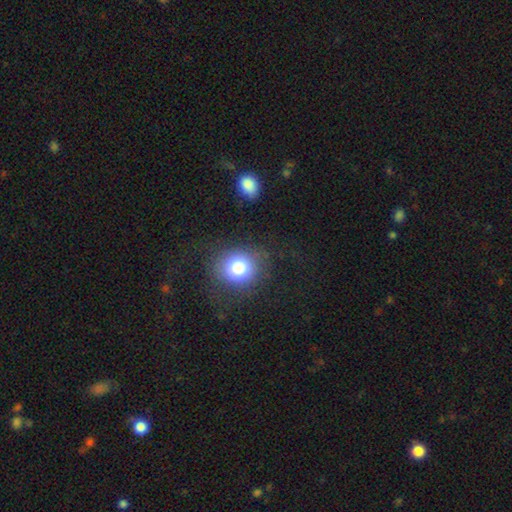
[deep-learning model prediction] Smooth or featured?
  - smooth: 72% *
  - star or artifact: 17%
  - featured or disk: 11%
How rounded?
  - round: 83% *
  - in between: 16%
  - cigar-shaped: 1%
Merging?
  - none: 77% *
  - minor disturbance: 13%
  - major disturbance: 8%
  - merger: 2%